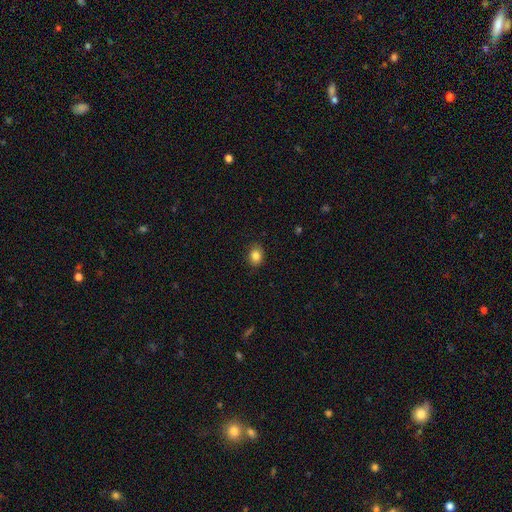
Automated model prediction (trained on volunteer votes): This is clearly a smooth galaxy (84%). How rounded: possibly in between (55%). Merging: clearly none (86%).